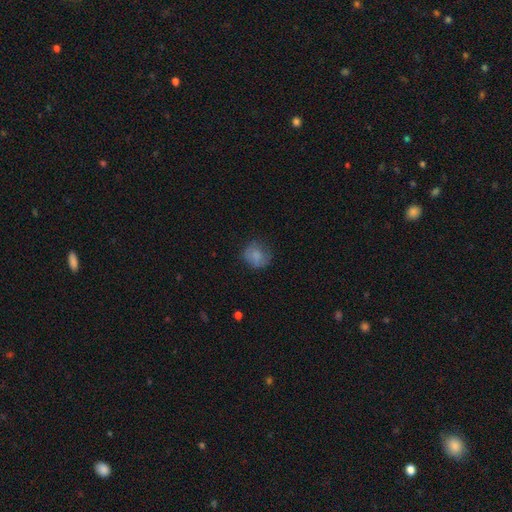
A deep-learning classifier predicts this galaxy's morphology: The model was most divided on "merging": none: 63%, minor disturbance: 24%, major disturbance: 12%, merger: 2%. More confident: smooth or featured — smooth (75%); how rounded — round (71%).